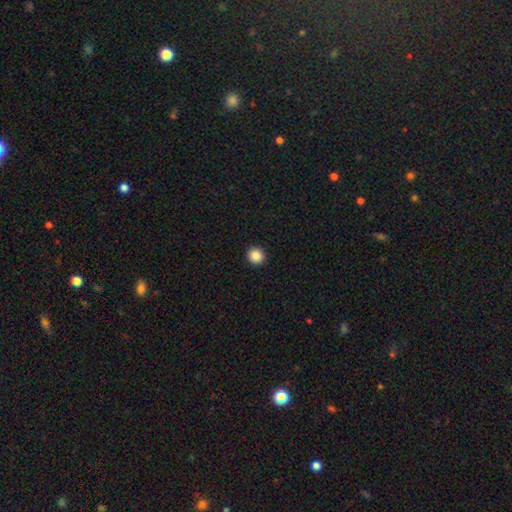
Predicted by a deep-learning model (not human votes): A smooth galaxy with no disk features (88%) that is round (91%).

Vote fractions:
- Smooth or featured? smooth: 88% / star or artifact: 9% / featured or disk: 3%
- How rounded? round: 91% / in between: 8% / cigar-shaped: 1%
- Merging? none: 93% / minor disturbance: 4% / major disturbance: 1% / merger: 1%